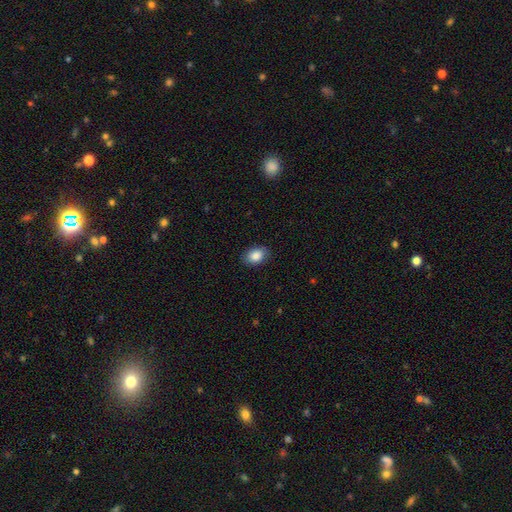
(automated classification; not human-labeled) The model was most divided on "how rounded": in between: 82%, round: 17%, cigar-shaped: 1%. More confident: smooth or featured — smooth (87%); merging — none (86%).